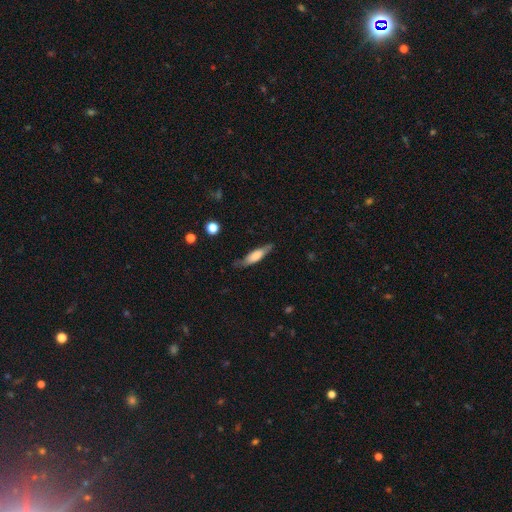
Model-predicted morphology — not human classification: Smooth or featured: smooth — 60% (featured or disk — 33%)
How rounded: cigar-shaped — 63% (in between — 35%)
Merging: none — 73% (minor disturbance — 20%)